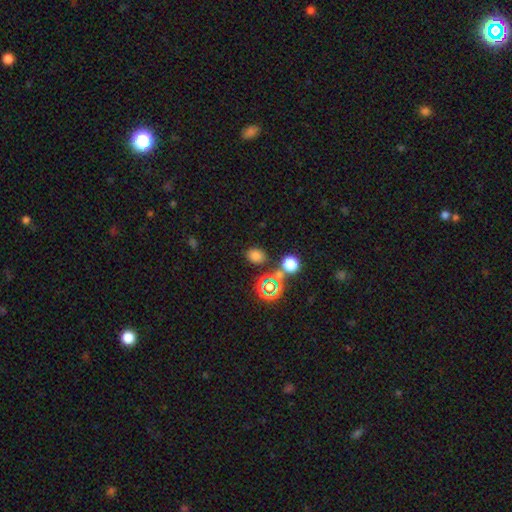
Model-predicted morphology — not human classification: This appears to be a smooth galaxy with no disk features (71%) that is in between round and cigar-shaped (51%). Merging: none (79%).